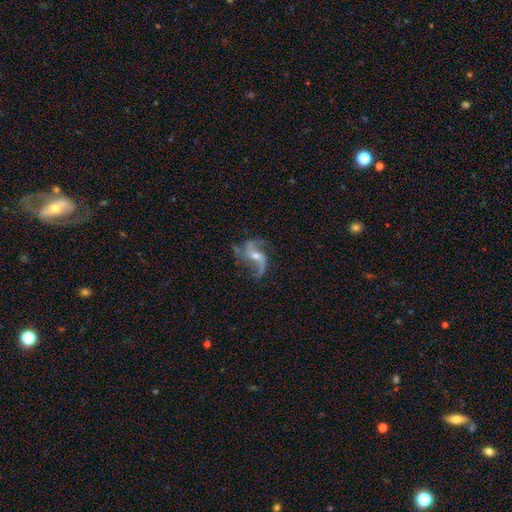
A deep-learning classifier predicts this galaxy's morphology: Q: Smooth or featured?
A: featured or disk (88%); runner-up: star or artifact (7%)
Q: Edge-on disk?
A: no (97%); runner-up: yes (3%)
Q: Bar?
A: no (48%); runner-up: weak (36%)
Q: Spiral arms?
A: yes (96%); runner-up: no (4%)
Q: Spiral winding?
A: loose (68%); runner-up: medium (26%)
Q: Spiral arm count?
A: 2 (64%); runner-up: 3 (19%)
Q: Bulge size?
A: moderate (48%); runner-up: small (46%)
Q: Merging?
A: none (65%); runner-up: minor disturbance (19%)